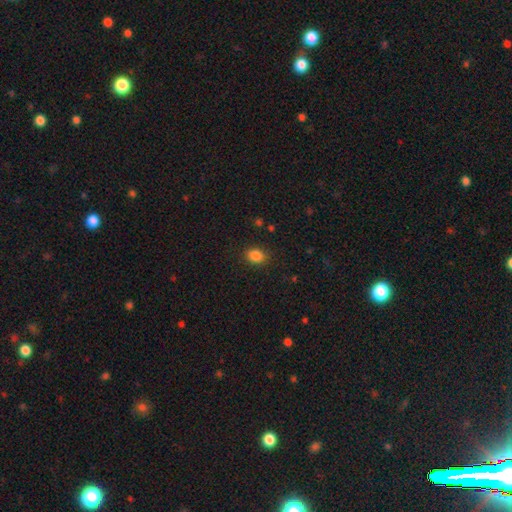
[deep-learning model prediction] Morphology: type=smooth (85%); roundness=in between (58%); merging=none (87%).